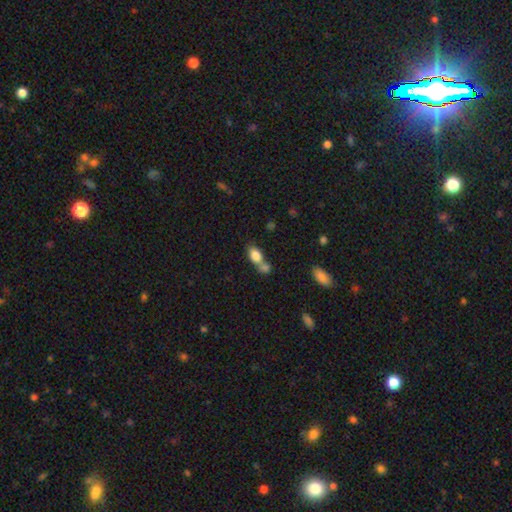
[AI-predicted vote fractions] Overall: smooth (82%). How rounded: in between (84%). Merging: merger (53%; none 33%).